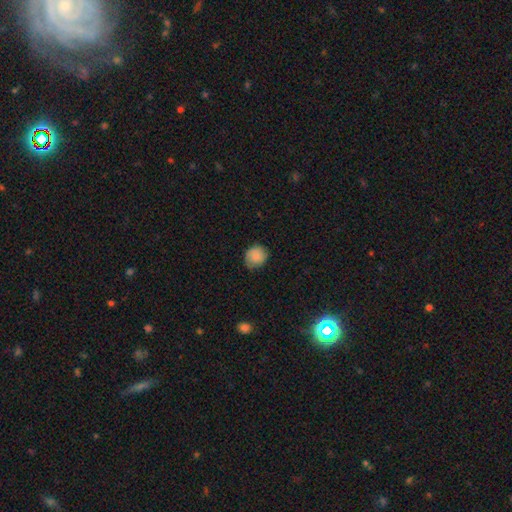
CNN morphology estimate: The model was most divided on "merging": none: 74%, minor disturbance: 21%, major disturbance: 4%, merger: 1%. More confident: smooth or featured — smooth (83%); how rounded — round (78%).